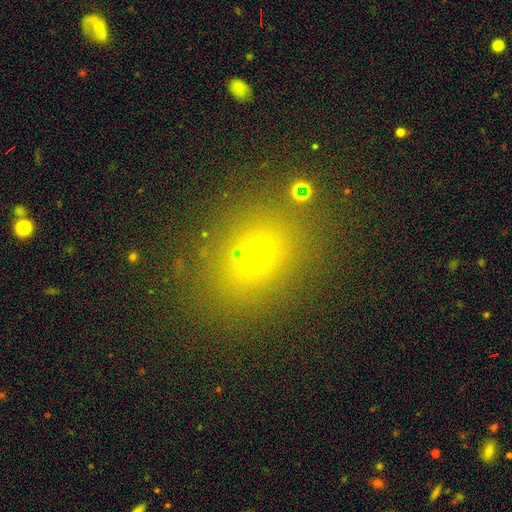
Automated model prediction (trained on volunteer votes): This is possibly a smooth galaxy (56%). How rounded: possibly in between (53%). Merging: likely none (80%).